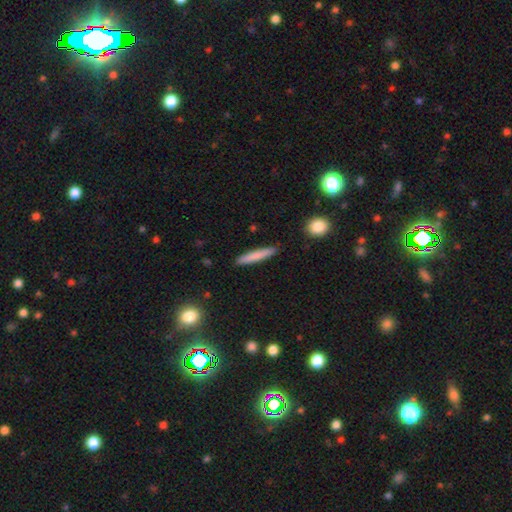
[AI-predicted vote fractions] A smooth galaxy with no disk features (77%) that is cigar-shaped (94%). Merging: none (90%).